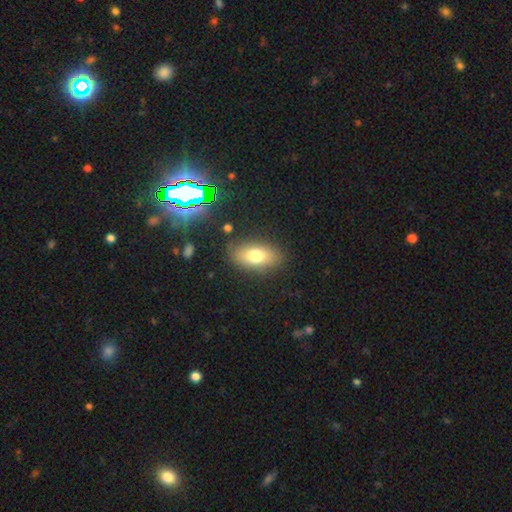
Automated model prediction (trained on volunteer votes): Smooth or featured? smooth (73%)
How rounded? in between (87%)
Merging? none (83%)